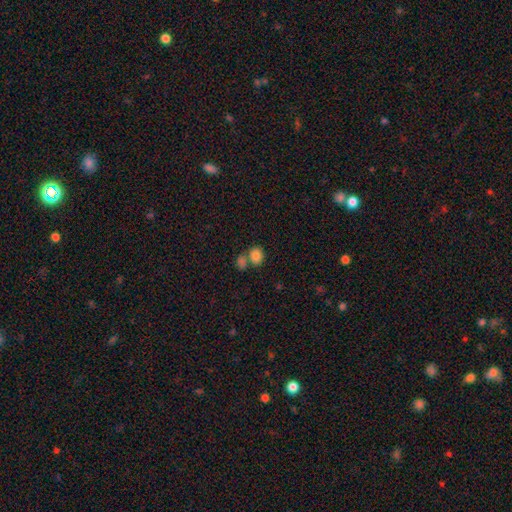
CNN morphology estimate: This is clearly a smooth galaxy (83%). How rounded: possibly round (57%). Merging: possibly none (49%).